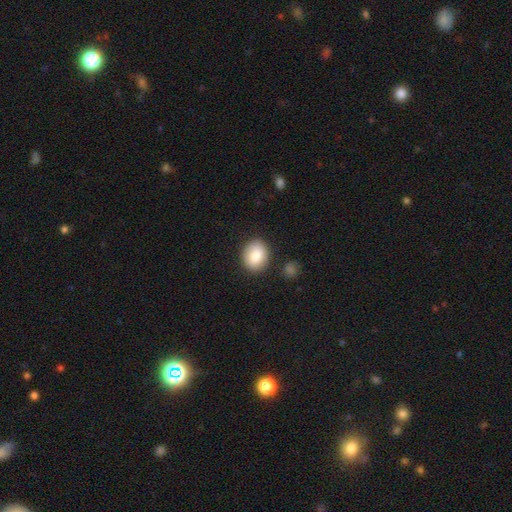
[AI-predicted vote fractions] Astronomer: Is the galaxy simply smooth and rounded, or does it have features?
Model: smooth — 86%.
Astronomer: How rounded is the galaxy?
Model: round — 52% (runner-up: in between, 47%).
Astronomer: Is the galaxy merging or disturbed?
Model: none — 85%.